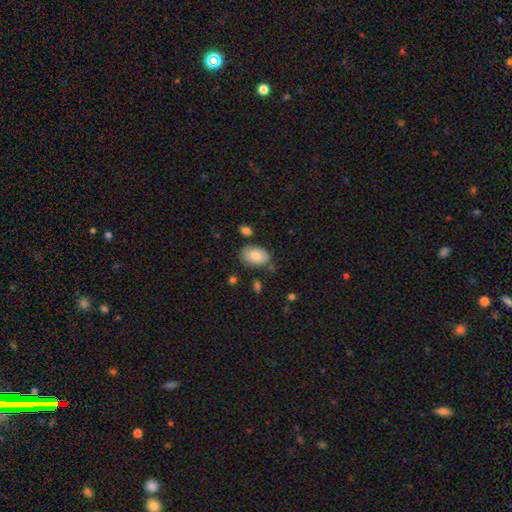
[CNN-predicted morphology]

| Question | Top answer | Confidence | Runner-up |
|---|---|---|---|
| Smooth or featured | smooth | 81% | featured or disk (12%) |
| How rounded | in between | 90% | round (8%) |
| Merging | none | 69% | minor disturbance (21%) |